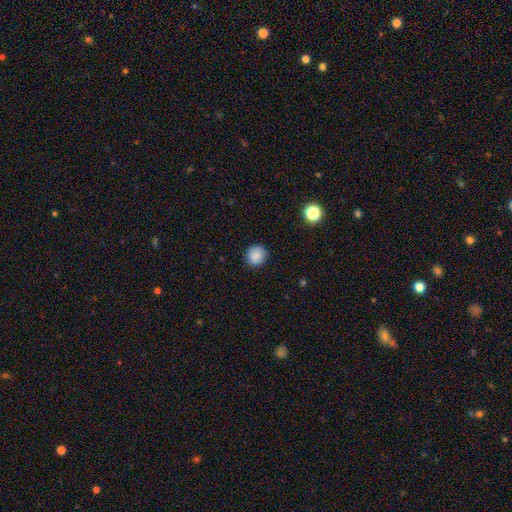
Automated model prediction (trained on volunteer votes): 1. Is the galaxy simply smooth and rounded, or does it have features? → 87% smooth, 9% star or artifact, 4% featured or disk.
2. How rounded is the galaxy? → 87% round, 13% in between, 1% cigar-shaped.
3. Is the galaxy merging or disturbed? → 88% none, 9% minor disturbance, 2% major disturbance, 1% merger.